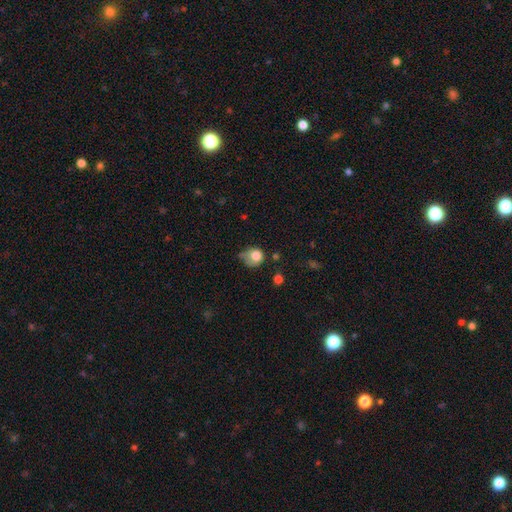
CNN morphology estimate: The model was most divided on "merging": minor disturbance: 37%, none: 30%, major disturbance: 27%, merger: 6%. More confident: smooth or featured — smooth (76%); how rounded — round (72%).